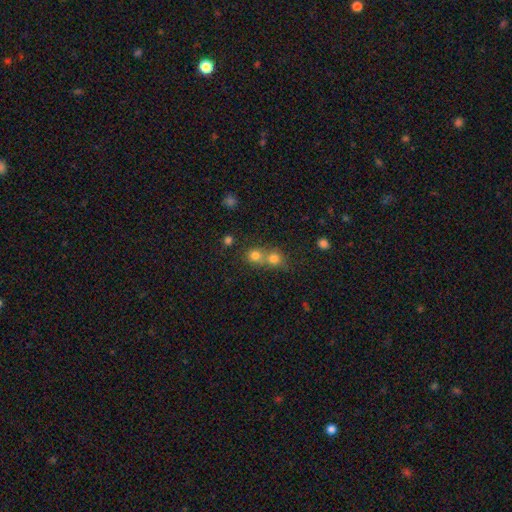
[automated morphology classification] A smooth galaxy with no disk features (75%) that is round (84%).

Vote fractions:
- Smooth or featured? smooth: 75% / star or artifact: 15% / featured or disk: 10%
- How rounded? round: 84% / in between: 14% / cigar-shaped: 1%
- Merging? merger: 53% / none: 39% / minor disturbance: 5% / major disturbance: 2%